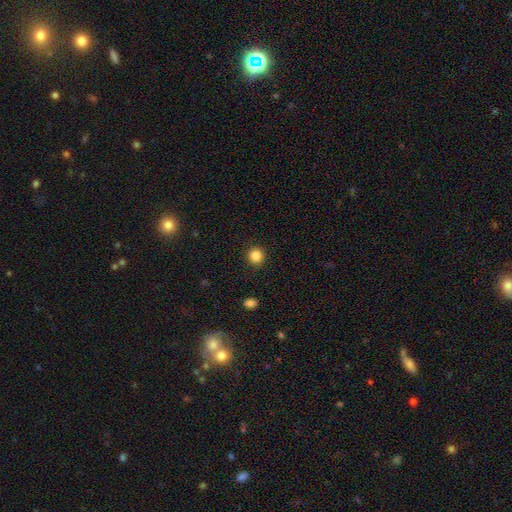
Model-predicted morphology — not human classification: This is clearly a smooth galaxy (83%). How rounded: clearly round (92%). Merging: clearly none (92%).